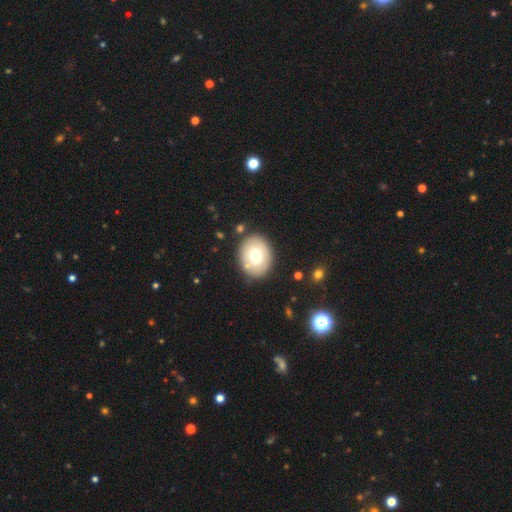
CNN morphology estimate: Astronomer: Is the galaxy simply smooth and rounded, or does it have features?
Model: smooth — 70%.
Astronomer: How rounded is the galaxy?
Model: round — 51% (runner-up: in between, 48%).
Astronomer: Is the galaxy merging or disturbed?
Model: none — 84%.